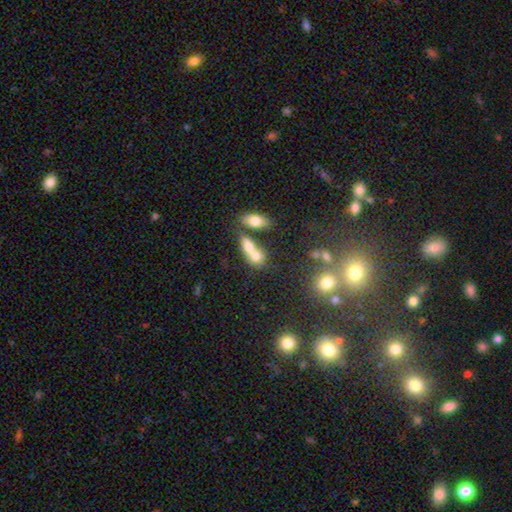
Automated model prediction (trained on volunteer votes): Smooth or featured? Predicted: smooth (p=0.70). How rounded? Predicted: in between (p=0.62). Merging? Predicted: merger (p=0.61).